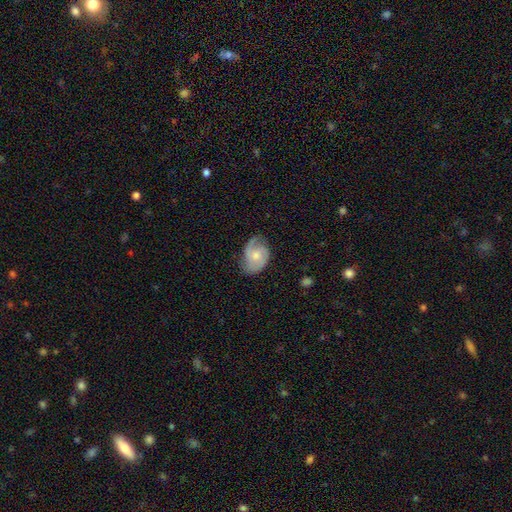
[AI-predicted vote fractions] Q: Smooth or featured?
A: featured or disk (66%); runner-up: smooth (28%)
Q: Edge-on disk?
A: no (96%); runner-up: yes (4%)
Q: Bar?
A: no (65%); runner-up: weak (30%)
Q: Spiral arms?
A: yes (91%); runner-up: no (9%)
Q: Spiral winding?
A: medium (45%); runner-up: tight (34%)
Q: Spiral arm count?
A: 2 (66%); runner-up: 1 (14%)
Q: Bulge size?
A: moderate (49%); runner-up: small (39%)
Q: Merging?
A: none (61%); runner-up: minor disturbance (27%)